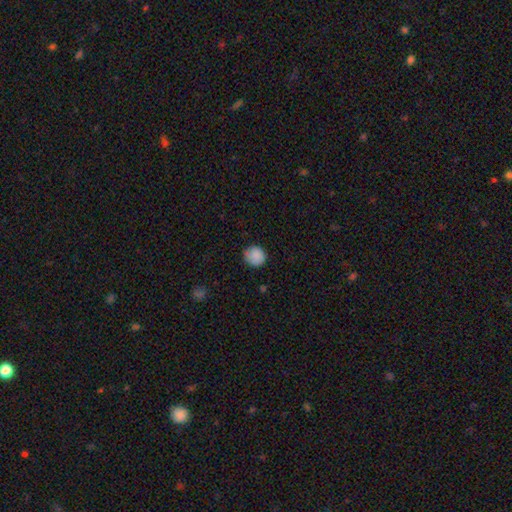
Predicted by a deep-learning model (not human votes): Q: Smooth or featured?
A: smooth (88%); runner-up: star or artifact (8%)
Q: How rounded?
A: round (87%); runner-up: in between (12%)
Q: Merging?
A: none (80%); runner-up: minor disturbance (16%)